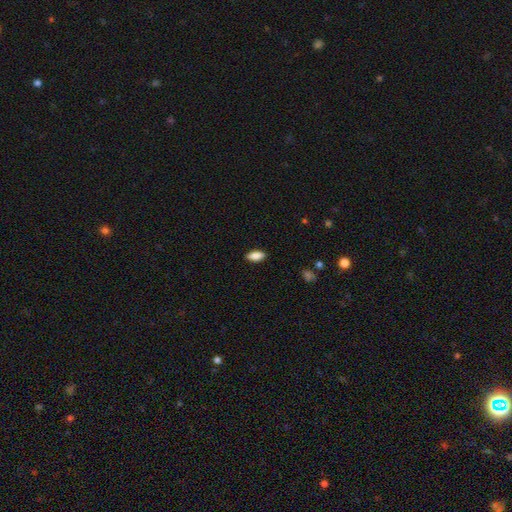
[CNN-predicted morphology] Smooth or featured: smooth — 88% (star or artifact — 7%)
How rounded: in between — 88% (cigar-shaped — 10%)
Merging: none — 88% (minor disturbance — 10%)